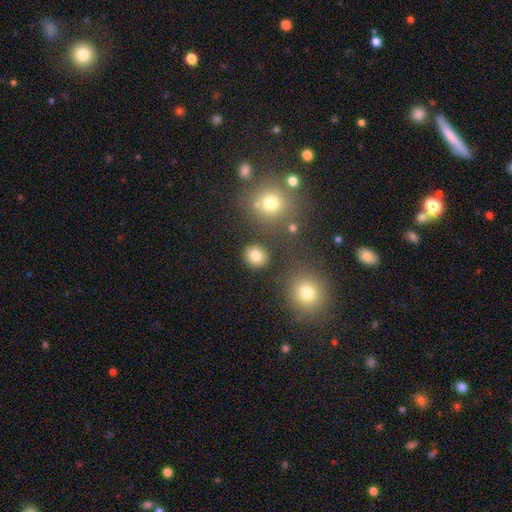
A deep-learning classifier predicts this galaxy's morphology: This appears to be a smooth galaxy with no disk features (81%) that is round (85%). Merging: none (86%).